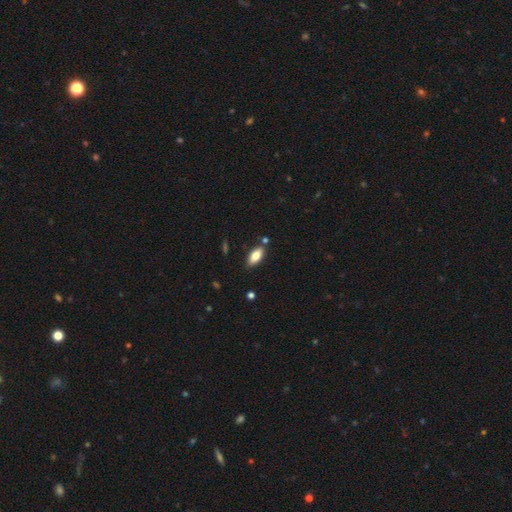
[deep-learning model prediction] This is clearly a smooth galaxy (80%). How rounded: clearly in between (88%). Merging: clearly none (81%).